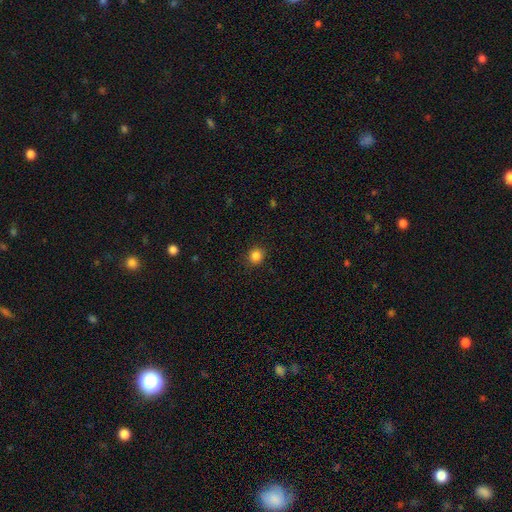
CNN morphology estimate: Q: Smooth or featured?
A: smooth (85%); runner-up: star or artifact (12%)
Q: How rounded?
A: round (84%); runner-up: in between (15%)
Q: Merging?
A: none (90%); runner-up: minor disturbance (7%)